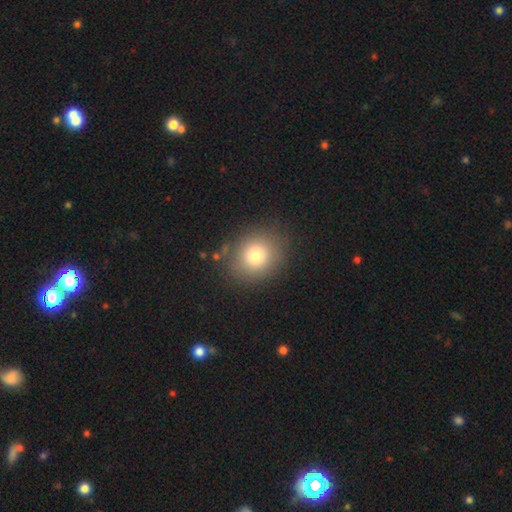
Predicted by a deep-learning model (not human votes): Morphology: type=smooth (79%); roundness=round (72%); merging=none (84%).